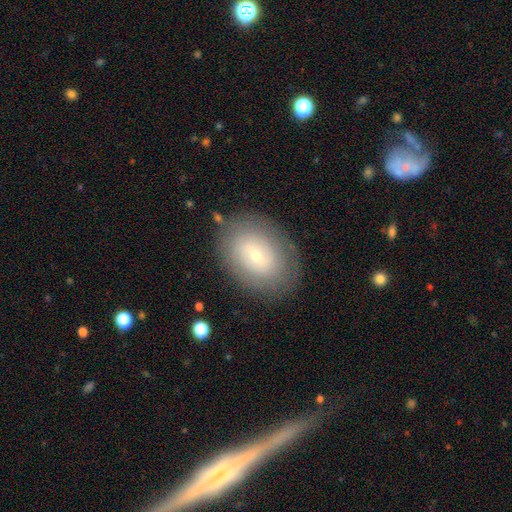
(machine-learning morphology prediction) Overall: smooth (49%; featured or disk 42%). Merging: none (82%).